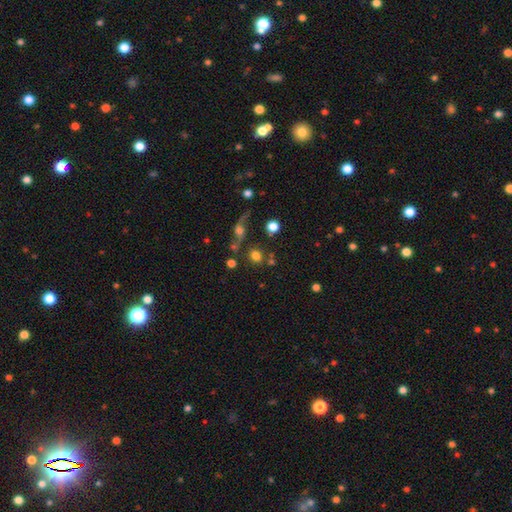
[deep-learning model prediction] Smooth or featured? Predicted: smooth (p=0.74). How rounded? Predicted: round (p=0.83). Merging? Predicted: none (p=0.68).